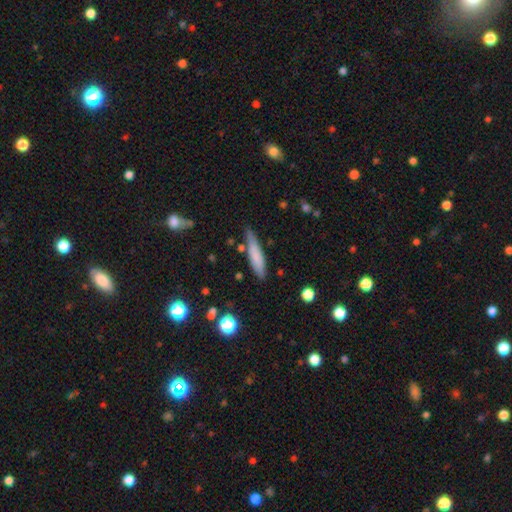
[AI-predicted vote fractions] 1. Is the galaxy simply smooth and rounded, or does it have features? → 74% smooth, 19% featured or disk, 7% star or artifact.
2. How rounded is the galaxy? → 82% cigar-shaped, 17% in between, 1% round.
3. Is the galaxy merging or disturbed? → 74% none, 19% minor disturbance, 4% merger, 4% major disturbance.